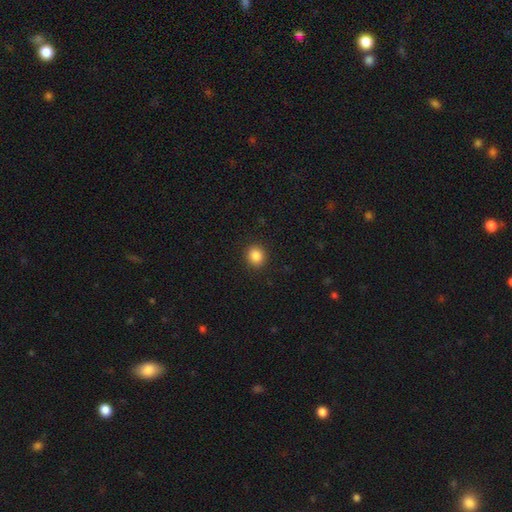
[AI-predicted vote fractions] Smooth or featured: smooth — 86% (star or artifact — 10%)
How rounded: round — 85% (in between — 14%)
Merging: none — 92% (minor disturbance — 6%)